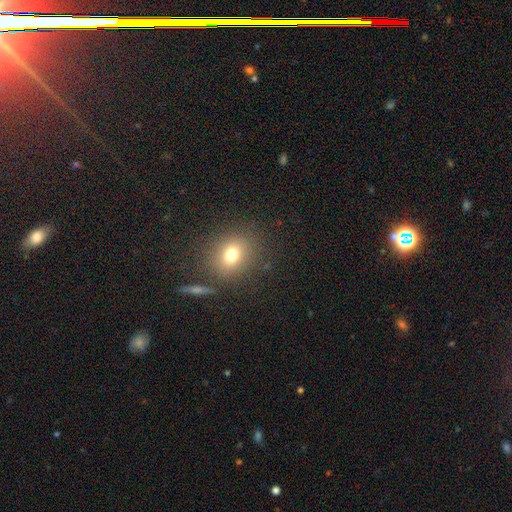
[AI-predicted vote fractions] Smooth or featured? smooth (57%)
How rounded? round (67%)
Merging? none (81%)